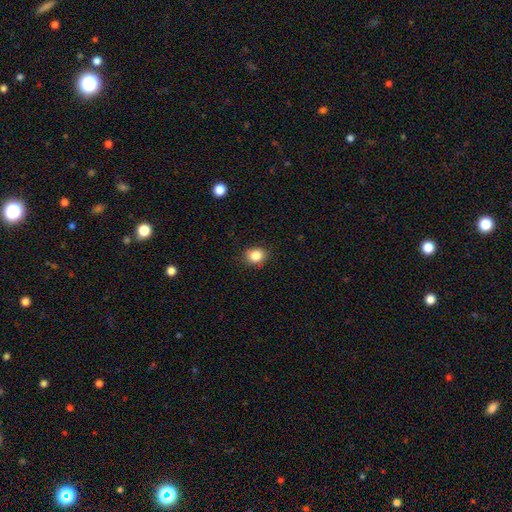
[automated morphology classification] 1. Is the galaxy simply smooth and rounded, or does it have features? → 85% smooth, 10% star or artifact, 5% featured or disk.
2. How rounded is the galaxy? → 60% round, 39% in between, 1% cigar-shaped.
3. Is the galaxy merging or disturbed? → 87% none, 10% minor disturbance, 2% major disturbance, 1% merger.